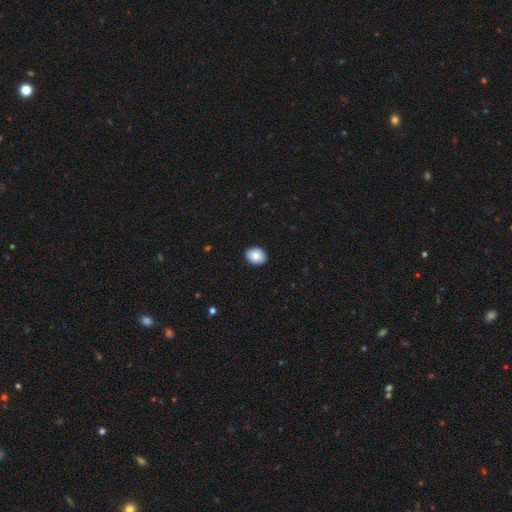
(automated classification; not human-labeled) The model was most divided on "how rounded": in between: 53%, round: 46%, cigar-shaped: 1%. More confident: merging — none (90%); smooth or featured — smooth (86%).